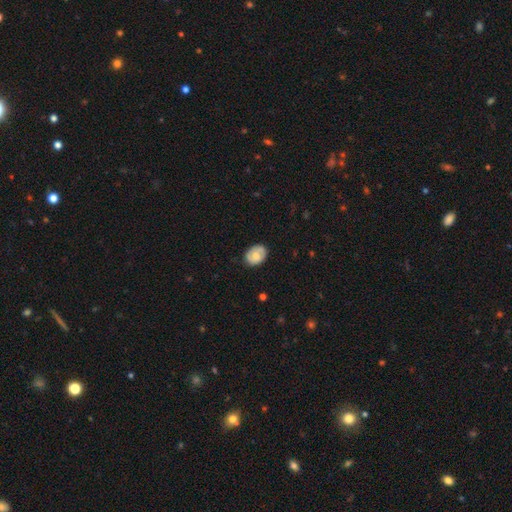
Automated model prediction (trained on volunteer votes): Smooth or featured: smooth — 60% (featured or disk — 33%)
How rounded: in between — 63% (round — 36%)
Merging: none — 79% (minor disturbance — 17%)